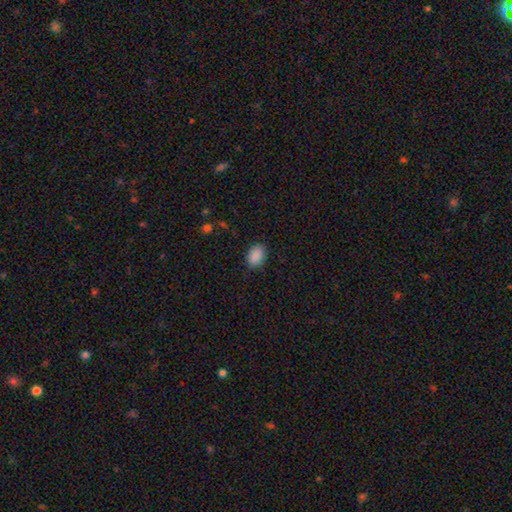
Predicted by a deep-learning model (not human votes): This is clearly a smooth galaxy (90%). How rounded: clearly in between (84%). Merging: clearly none (87%).